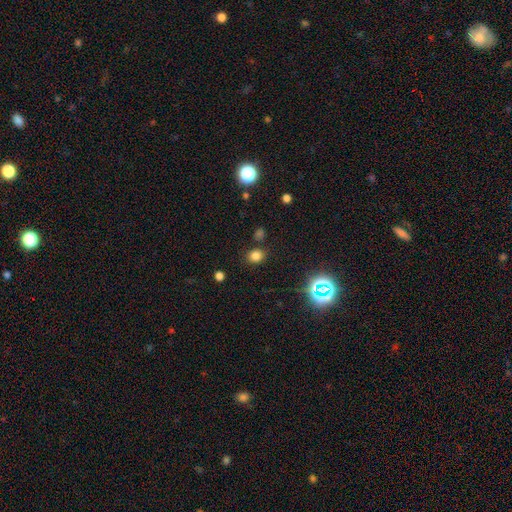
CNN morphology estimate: Smooth or featured?
  - smooth: 76% *
  - star or artifact: 19%
  - featured or disk: 5%
How rounded?
  - round: 64% *
  - in between: 35%
  - cigar-shaped: 1%
Merging?
  - none: 82% *
  - minor disturbance: 10%
  - merger: 5%
  - major disturbance: 4%